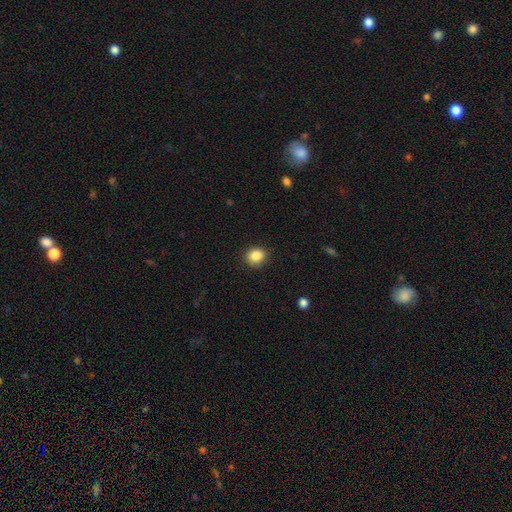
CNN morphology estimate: Smooth or featured? smooth (87%)
How rounded? round (77%)
Merging? none (88%)